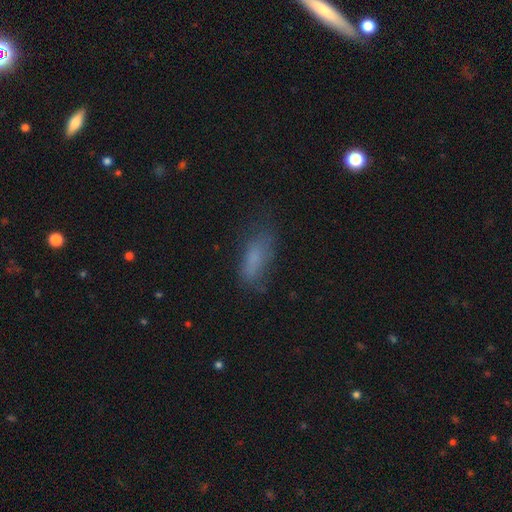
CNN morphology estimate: Smooth or featured? Predicted: smooth (p=0.73). How rounded? Predicted: in between (p=0.72). Merging? Predicted: none (p=0.56).